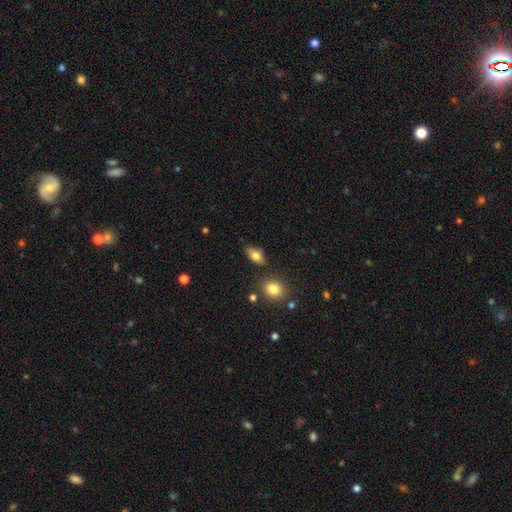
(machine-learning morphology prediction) smooth-or-featured: smooth: 75% | featured or disk: 16% | star or artifact: 9%
  how-rounded: in between: 83% | round: 9% | cigar-shaped: 8%
  merging: none: 77% | minor disturbance: 15% | merger: 4% | major disturbance: 4%